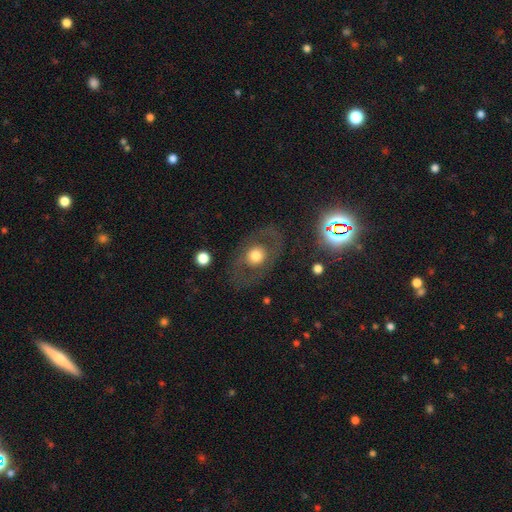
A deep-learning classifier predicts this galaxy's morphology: smooth-or-featured: smooth: 47% | featured or disk: 44% | star or artifact: 9%
  merging: none: 79% | minor disturbance: 10% | major disturbance: 9% | merger: 1%